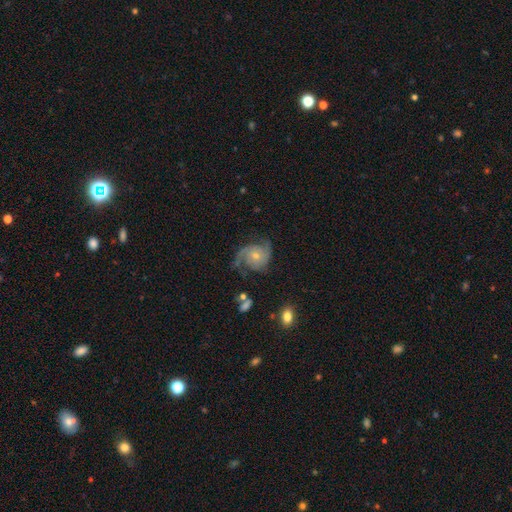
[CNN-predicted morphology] Smooth or featured: featured or disk — 83% (smooth — 11%)
Edge-on disk: no — 98% (yes — 2%)
Bar: no — 76% (weak — 20%)
Spiral arms: yes — 96% (no — 4%)
Spiral winding: medium — 44% (loose — 30%)
Spiral arm count: 2 — 69% (3 — 11%)
Bulge size: small — 60% (moderate — 35%)
Merging: none — 58% (minor disturbance — 22%)